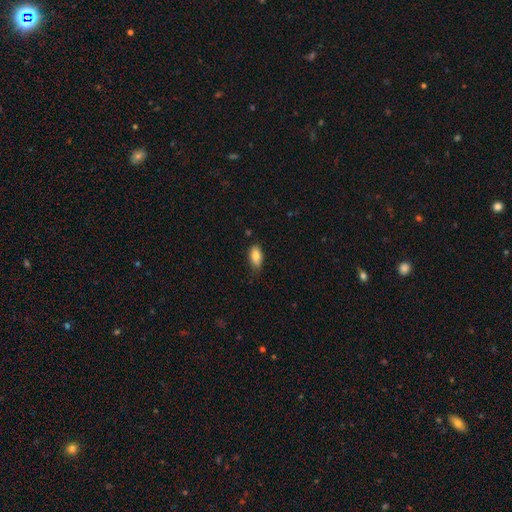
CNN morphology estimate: Smooth or featured?
  - smooth: 84% *
  - featured or disk: 9%
  - star or artifact: 7%
How rounded?
  - in between: 90% *
  - cigar-shaped: 7%
  - round: 4%
Merging?
  - none: 72% *
  - minor disturbance: 23%
  - major disturbance: 3%
  - merger: 1%